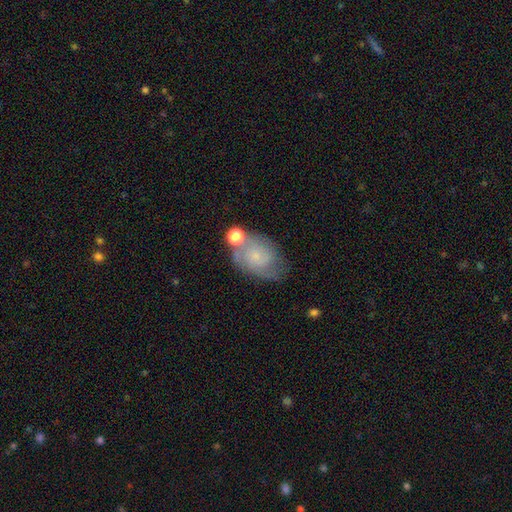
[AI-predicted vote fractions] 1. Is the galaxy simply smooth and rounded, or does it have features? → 54% featured or disk, 36% smooth, 9% star or artifact.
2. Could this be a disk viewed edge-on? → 96% no, 4% yes.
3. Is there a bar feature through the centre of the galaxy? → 77% no, 20% weak, 3% strong.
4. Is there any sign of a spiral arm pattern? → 80% yes, 20% no.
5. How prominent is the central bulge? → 71% small, 13% none, 13% moderate, 2% large, 1% dominant.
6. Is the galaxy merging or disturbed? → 52% none, 23% minor disturbance, 13% merger, 12% major disturbance.